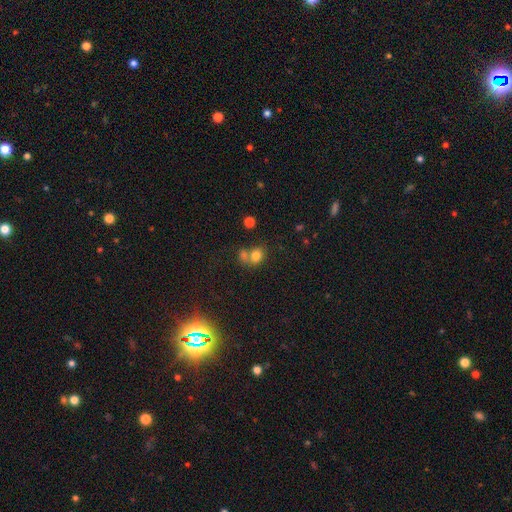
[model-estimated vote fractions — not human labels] smooth-or-featured: smooth: 76% | star or artifact: 13% | featured or disk: 11%
  how-rounded: round: 55% | in between: 44% | cigar-shaped: 1%
  merging: merger: 45% | none: 39% | minor disturbance: 10% | major disturbance: 5%